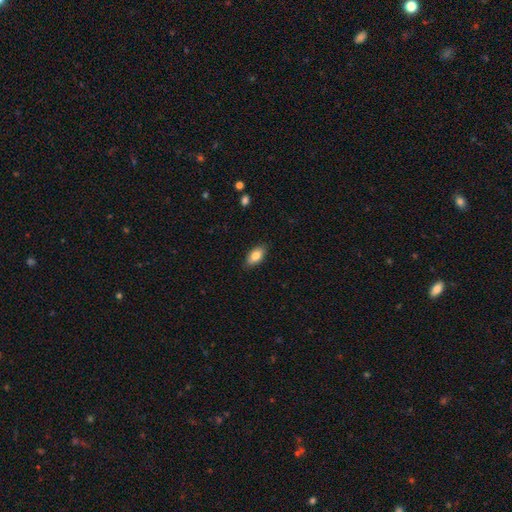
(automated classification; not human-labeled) smooth_or_featured: smooth (p=0.81) [alt: featured or disk p=0.13]
how_rounded: in between (p=0.89) [alt: cigar-shaped p=0.08]
merging: none (p=0.88) [alt: minor disturbance p=0.10]